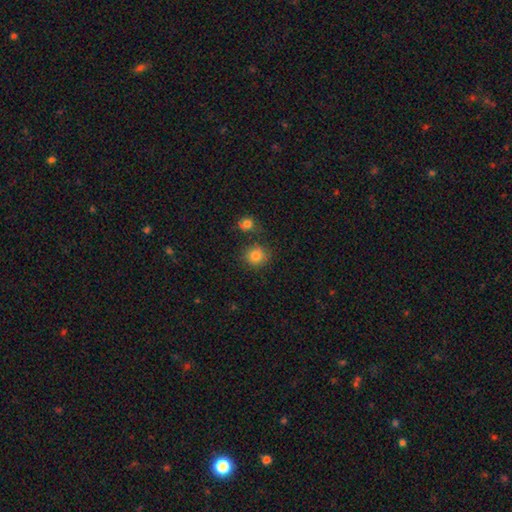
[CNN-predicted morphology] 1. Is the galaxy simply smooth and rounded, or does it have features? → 83% smooth, 11% star or artifact, 5% featured or disk.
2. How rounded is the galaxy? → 90% round, 10% in between, 1% cigar-shaped.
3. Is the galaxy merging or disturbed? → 76% none, 11% minor disturbance, 10% merger, 4% major disturbance.